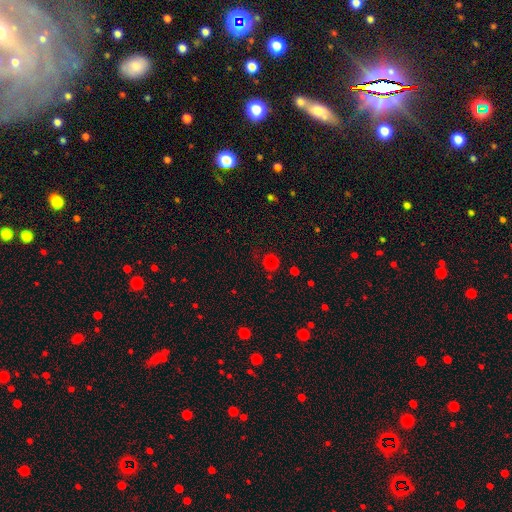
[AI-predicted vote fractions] smooth-or-featured: star or artifact: 53% | smooth: 40% | featured or disk: 8%